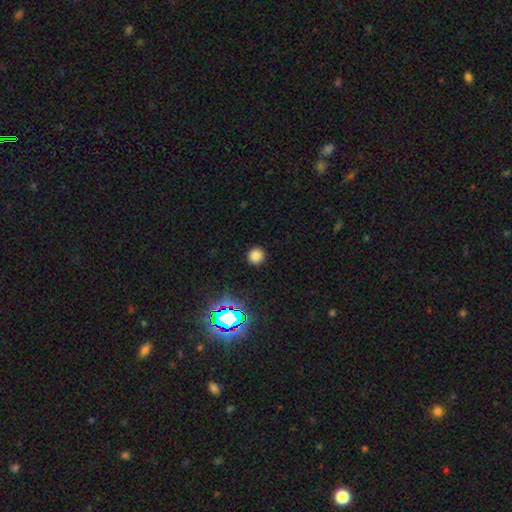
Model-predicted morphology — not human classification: This is likely a smooth galaxy (77%). How rounded: clearly round (93%). Merging: clearly none (90%).